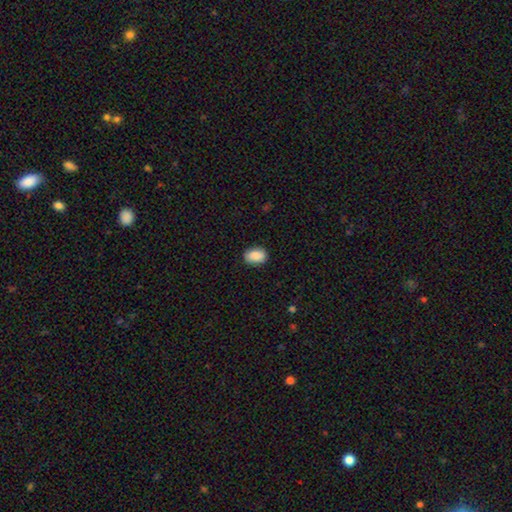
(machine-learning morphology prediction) A smooth galaxy with no disk features (87%) that is in between round and cigar-shaped (80%). Merging: none (85%).